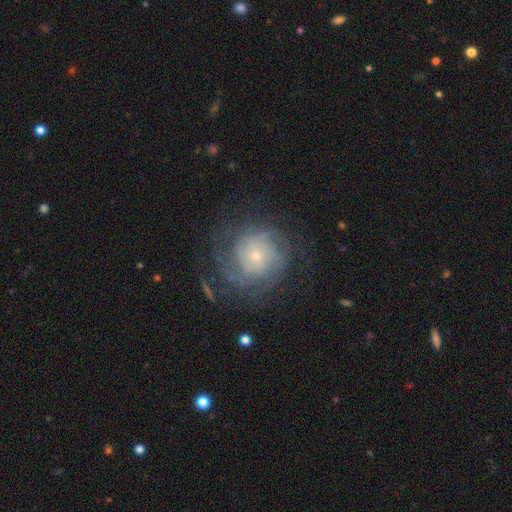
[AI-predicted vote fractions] A featured or disk galaxy (77%) with no bar (79%), tight (70%) spiral arms (92%) and a small central bulge (69%). Merging: none (72%).